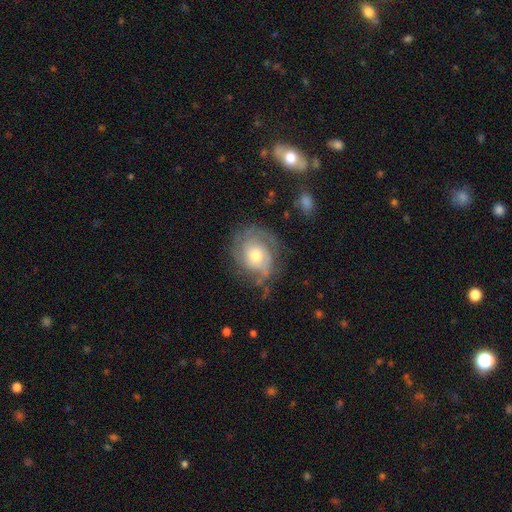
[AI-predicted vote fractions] This appears to be a featured or disk galaxy (80%) with no bar (77%), 2 (31%) tight (57%) spiral arms (93%) and a moderate central bulge (65%). Merging: none (66%).